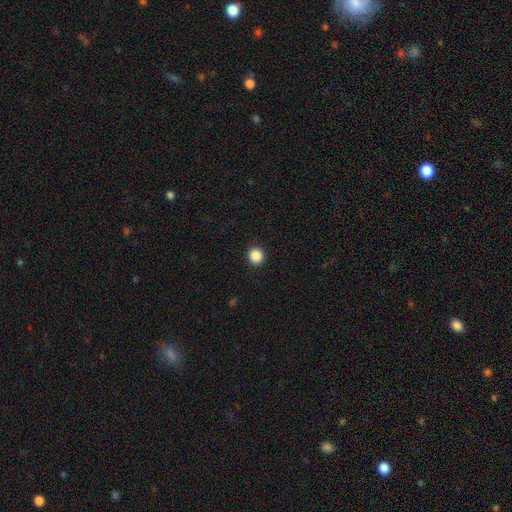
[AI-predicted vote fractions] smooth-or-featured: smooth: 87% | star or artifact: 10% | featured or disk: 3%
  how-rounded: round: 93% | in between: 6% | cigar-shaped: 1%
  merging: none: 93% | minor disturbance: 4% | major disturbance: 2% | merger: 1%